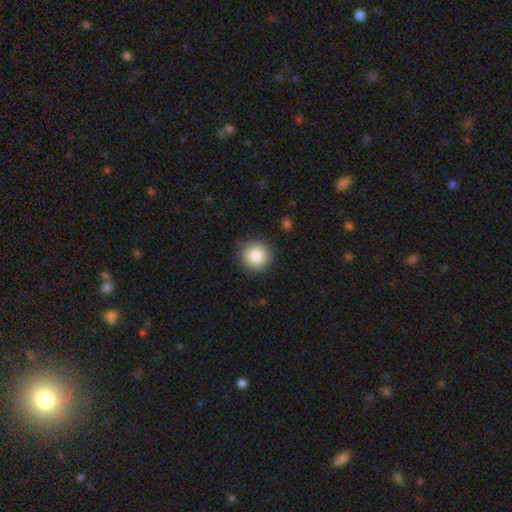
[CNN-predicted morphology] Smooth or featured? Predicted: smooth (p=0.87). How rounded? Predicted: round (p=0.94). Merging? Predicted: none (p=0.88).